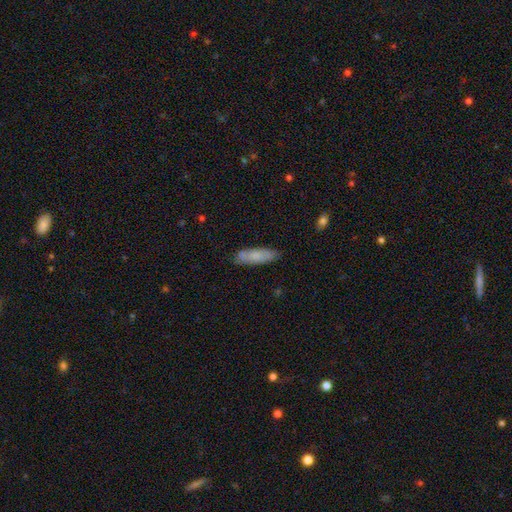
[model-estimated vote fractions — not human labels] Smooth or featured: smooth — 74% (featured or disk — 20%)
How rounded: cigar-shaped — 57% (in between — 42%)
Merging: none — 75% (minor disturbance — 18%)